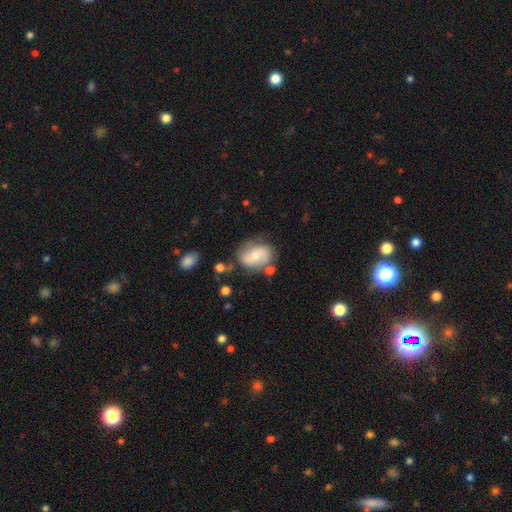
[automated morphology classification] This appears to be a featured or disk galaxy (53%) with no bar (52%), spiral arms (75%) and a moderate central bulge (61%). Merging: none (65%).